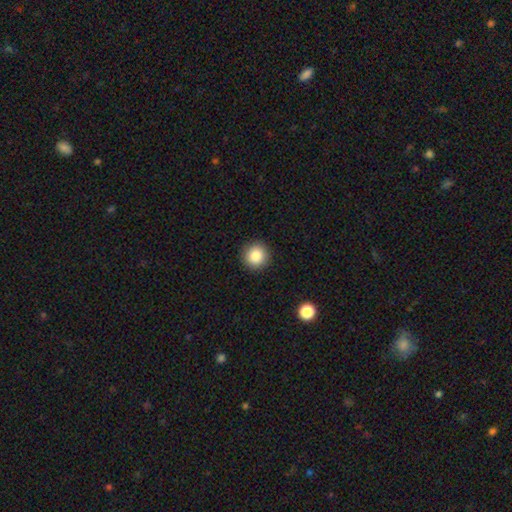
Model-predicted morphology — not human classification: Smooth or featured?
  - smooth: 86% *
  - star or artifact: 9%
  - featured or disk: 5%
How rounded?
  - round: 95% *
  - in between: 4%
  - cigar-shaped: 1%
Merging?
  - none: 92% *
  - minor disturbance: 5%
  - major disturbance: 2%
  - merger: 1%